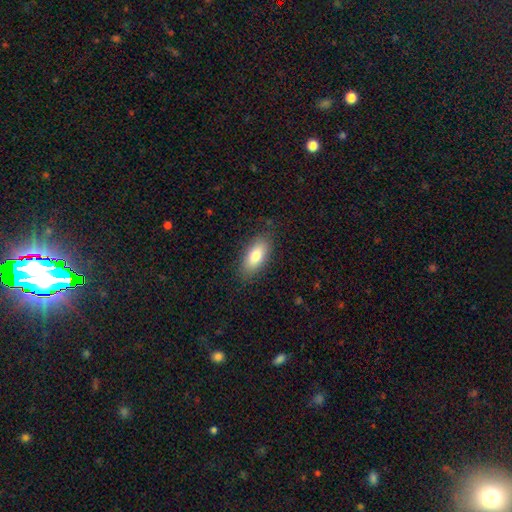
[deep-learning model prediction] Smooth or featured?
  - smooth: 80% *
  - featured or disk: 13%
  - star or artifact: 7%
How rounded?
  - in between: 85% *
  - cigar-shaped: 13%
  - round: 3%
Merging?
  - none: 84% *
  - minor disturbance: 12%
  - major disturbance: 3%
  - merger: 1%